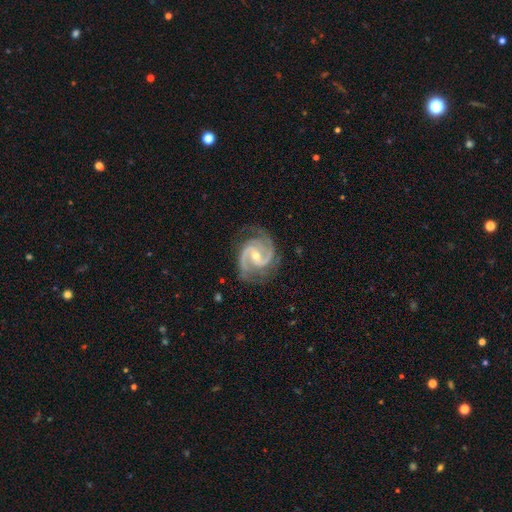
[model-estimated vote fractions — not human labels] Overall: featured or disk (94%). Edge-on disk: no (98%). Bar: weak (43%; no 36%). Spiral arms: yes (99%). Spiral arm count: 2 (76%). Spiral winding: medium (57%; tight 34%). Bulge size: small (52%; moderate 45%). Merging: none (77%).